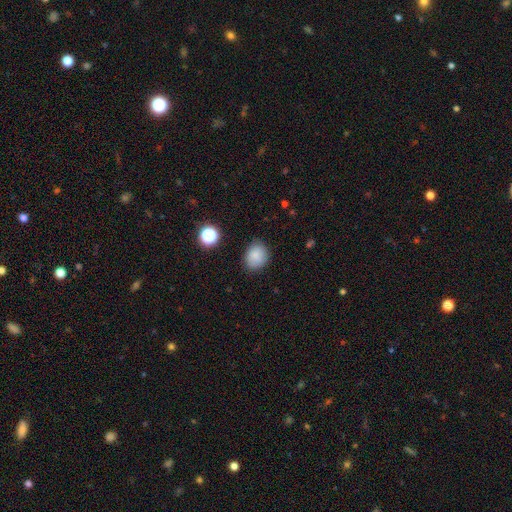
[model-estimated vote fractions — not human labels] Overall: smooth (84%). How rounded: round (54%; in between 46%). Merging: none (79%).